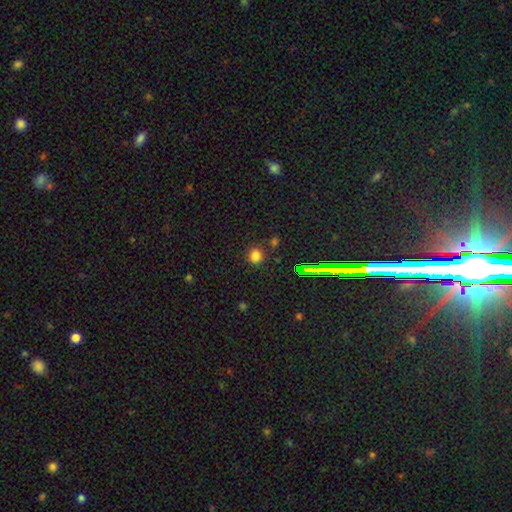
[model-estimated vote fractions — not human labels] A smooth galaxy with no disk features (74%) that is round (83%). Merging: none (82%).